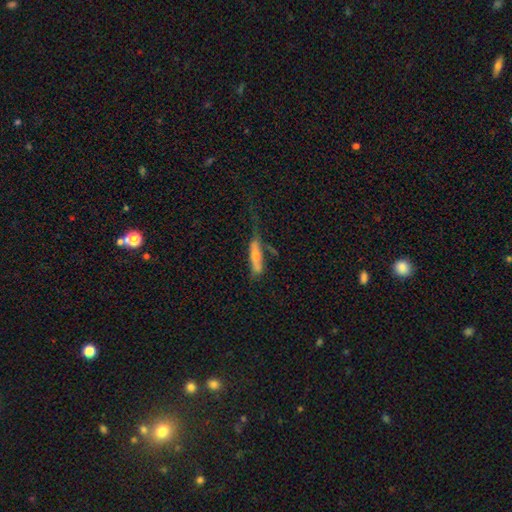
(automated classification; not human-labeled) Smooth or featured: smooth — 58% (featured or disk — 35%)
How rounded: cigar-shaped — 72% (in between — 25%)
Merging: none — 37% (minor disturbance — 27%)